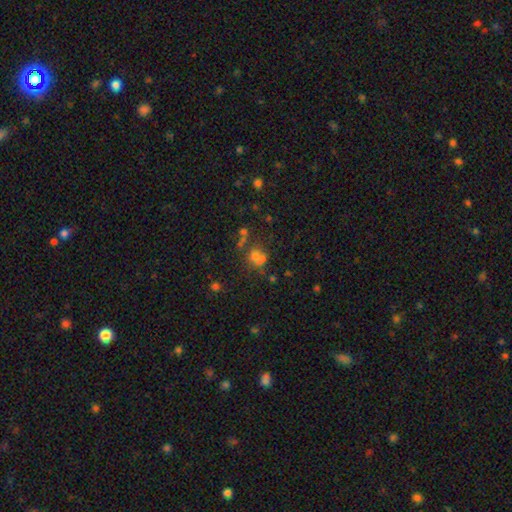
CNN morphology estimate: Smooth or featured?
  - smooth: 49% *
  - star or artifact: 32%
  - featured or disk: 19%
Merging?
  - none: 46% *
  - merger: 34%
  - minor disturbance: 11%
  - major disturbance: 9%